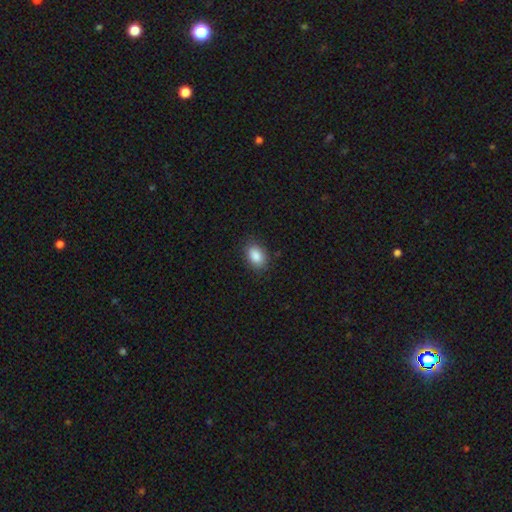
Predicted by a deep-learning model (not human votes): A smooth galaxy with no disk features (88%) that is in between round and cigar-shaped (84%).

Vote fractions:
- Smooth or featured? smooth: 88% / star or artifact: 8% / featured or disk: 5%
- How rounded? in between: 84% / round: 15% / cigar-shaped: 1%
- Merging? none: 85% / minor disturbance: 12% / major disturbance: 3% / merger: 1%